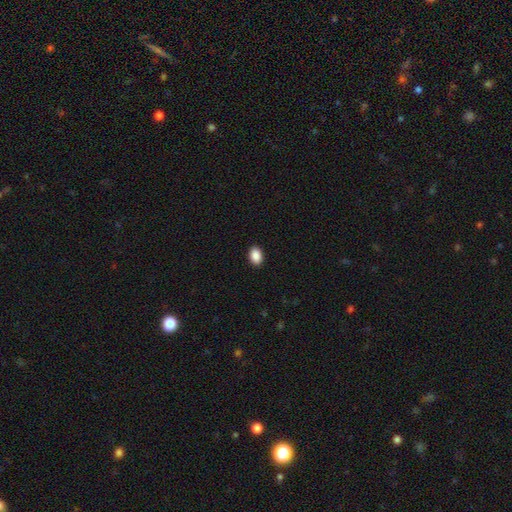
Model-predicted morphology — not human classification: Smooth or featured?
  - smooth: 90% *
  - star or artifact: 8%
  - featured or disk: 2%
How rounded?
  - in between: 83% *
  - round: 16%
  - cigar-shaped: 1%
Merging?
  - none: 91% *
  - minor disturbance: 7%
  - major disturbance: 2%
  - merger: 1%